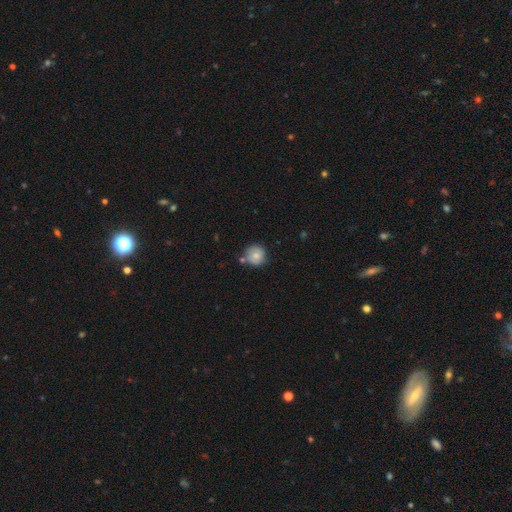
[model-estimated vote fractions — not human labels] smooth_or_featured: smooth (p=0.71) [alt: featured or disk p=0.21]
how_rounded: round (p=0.91) [alt: in between p=0.08]
merging: none (p=0.66) [alt: minor disturbance p=0.19]